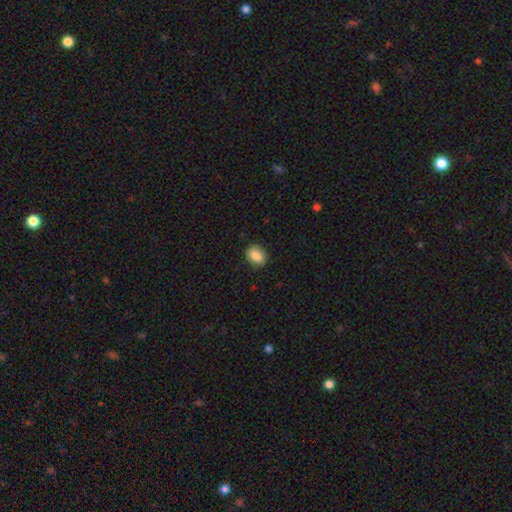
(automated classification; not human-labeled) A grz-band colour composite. It shows a smooth galaxy with no disk features (86%) that is in between round and cigar-shaped (64%). Merging: none (85%).